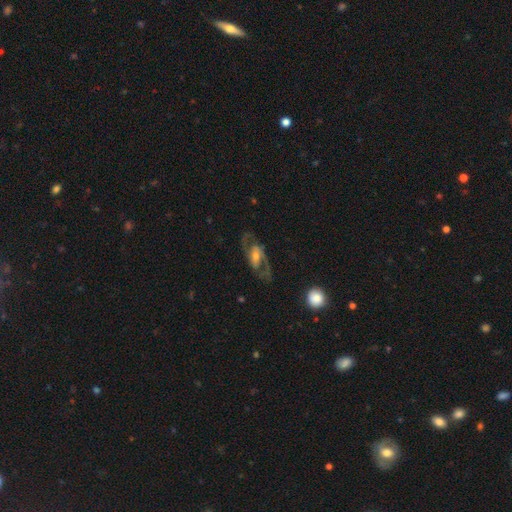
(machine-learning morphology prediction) The model was most divided on "bar": weak: 40%, no: 35%, strong: 24%. More confident: edge-on disk — no (94%); spiral arms — yes (91%); spiral arm count — 2 (90%); smooth or featured — featured or disk (83%); merging — none (73%); spiral winding — medium (55%); bulge size — moderate (51%).